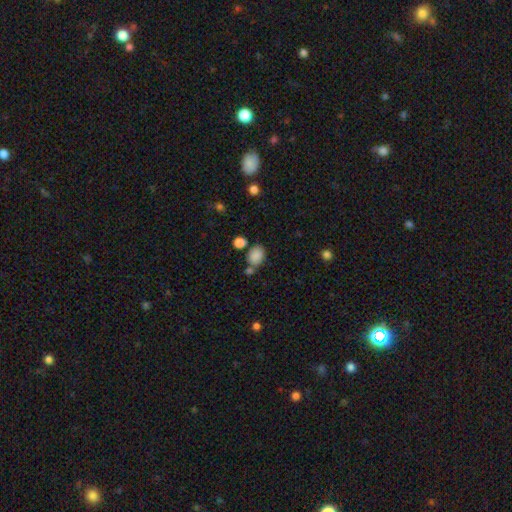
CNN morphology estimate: Overall: smooth (85%). How rounded: in between (66%; round 33%). Merging: none (62%).